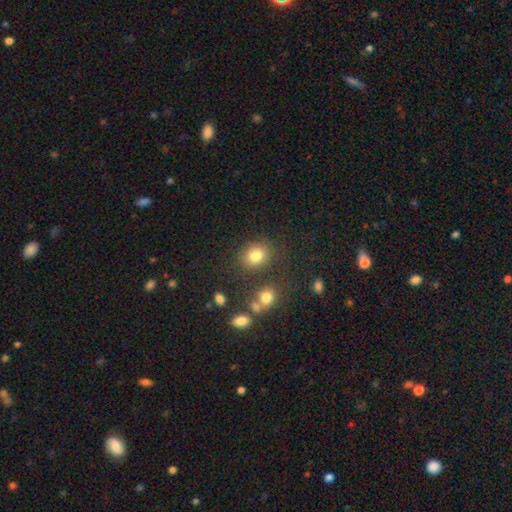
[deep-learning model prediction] Smooth or featured: smooth — 80% (star or artifact — 13%)
How rounded: round — 58% (in between — 41%)
Merging: none — 75% (minor disturbance — 12%)